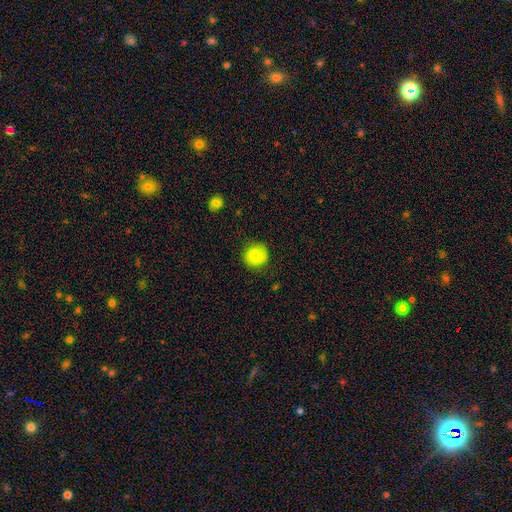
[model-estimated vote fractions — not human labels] A smooth galaxy with no disk features (70%) that is round (89%).

Vote fractions:
- Smooth or featured? smooth: 70% / featured or disk: 22% / star or artifact: 8%
- How rounded? round: 89% / in between: 11% / cigar-shaped: 1%
- Merging? none: 80% / minor disturbance: 15% / major disturbance: 4% / merger: 1%